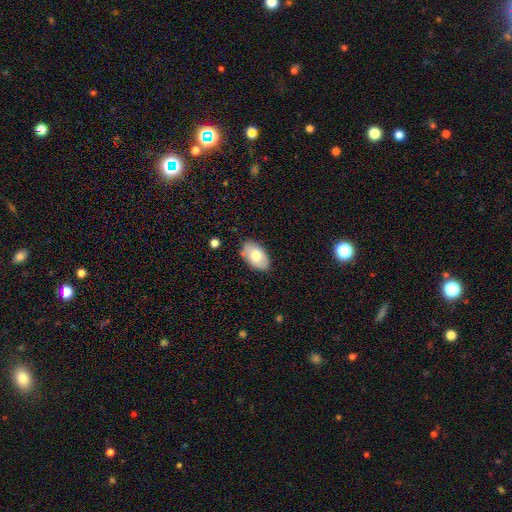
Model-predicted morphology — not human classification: smooth 72%, featured or disk 21%, star or artifact 6%. Down the decision tree: how rounded — in between (93%); merging — none (81%).